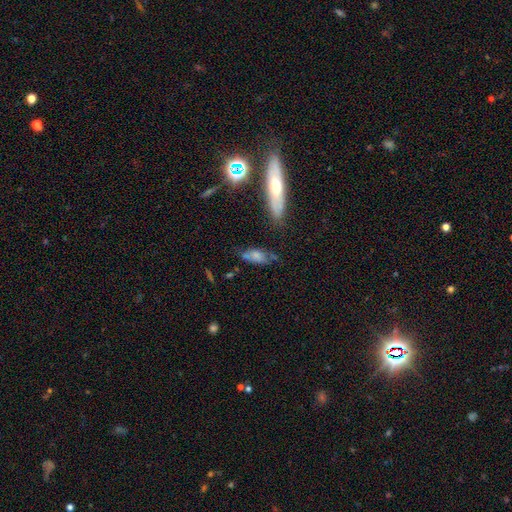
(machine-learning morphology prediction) The model was most divided on "merging": none: 52%, minor disturbance: 27%, major disturbance: 11%, merger: 10%. More confident: how rounded — in between (76%); smooth or featured — smooth (65%).